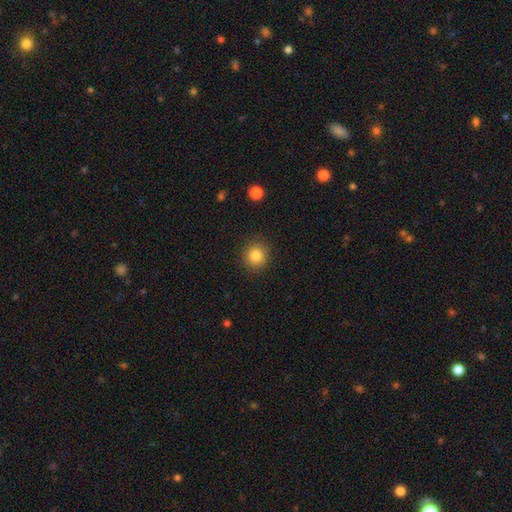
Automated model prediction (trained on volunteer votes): smooth-or-featured: smooth: 83% | star or artifact: 11% | featured or disk: 7%
  how-rounded: round: 90% | in between: 9% | cigar-shaped: 1%
  merging: none: 90% | minor disturbance: 7% | major disturbance: 2% | merger: 1%